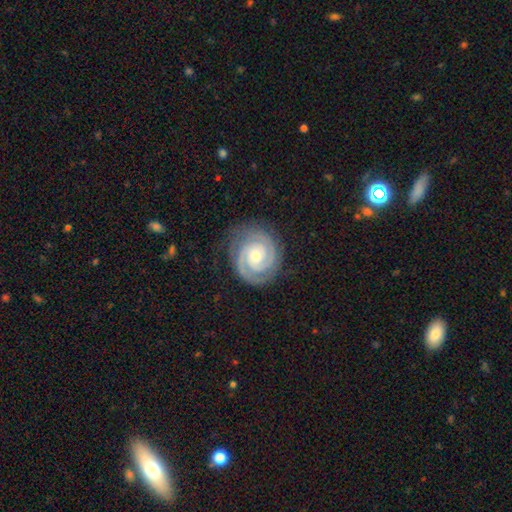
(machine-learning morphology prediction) Smooth or featured? Predicted: featured or disk (p=0.93). Edge-on disk? Predicted: no (p=0.98). Bar? Predicted: no (p=0.64). Spiral arms? Predicted: yes (p=0.99). Spiral winding? Predicted: tight (p=0.82). Spiral arm count? Predicted: 2 (p=0.85). Bulge size? Predicted: small (p=0.55). Merging? Predicted: none (p=0.83).